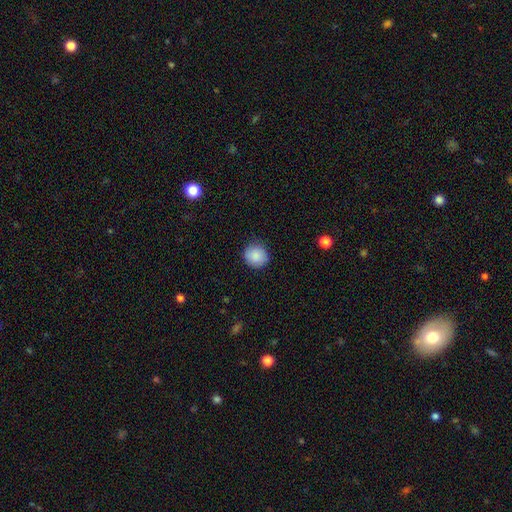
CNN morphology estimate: This appears to be a smooth galaxy with no disk features (88%) that is round (88%). Merging: none (86%).